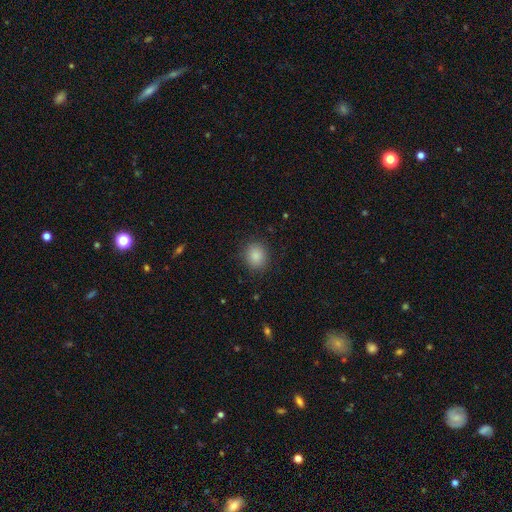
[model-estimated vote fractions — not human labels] Overall: smooth (87%). How rounded: round (75%). Merging: none (88%).